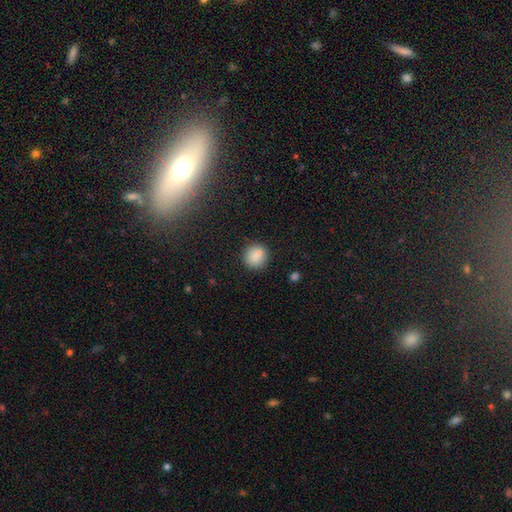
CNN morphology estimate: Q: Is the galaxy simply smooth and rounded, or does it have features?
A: smooth — 85%.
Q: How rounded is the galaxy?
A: round — 91%.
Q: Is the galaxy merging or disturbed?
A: none — 82%.